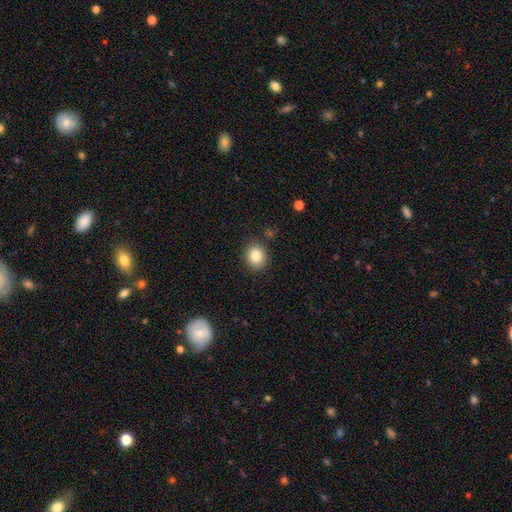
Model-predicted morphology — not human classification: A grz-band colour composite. It shows a smooth galaxy with no disk features (84%) that is round (71%). Merging: none (86%).